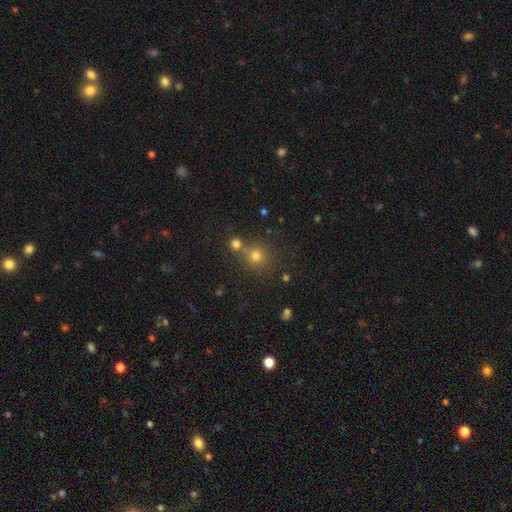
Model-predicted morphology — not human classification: A smooth galaxy with no disk features (70%) that is round (90%). Merging: none (66%).